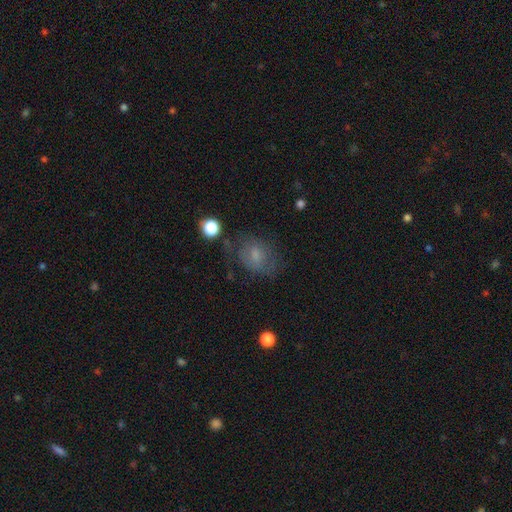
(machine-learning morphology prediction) smooth-or-featured: smooth: 56% | featured or disk: 31% | star or artifact: 13%
  how-rounded: in between: 63% | round: 35% | cigar-shaped: 2%
  merging: none: 58% | minor disturbance: 23% | major disturbance: 16% | merger: 3%